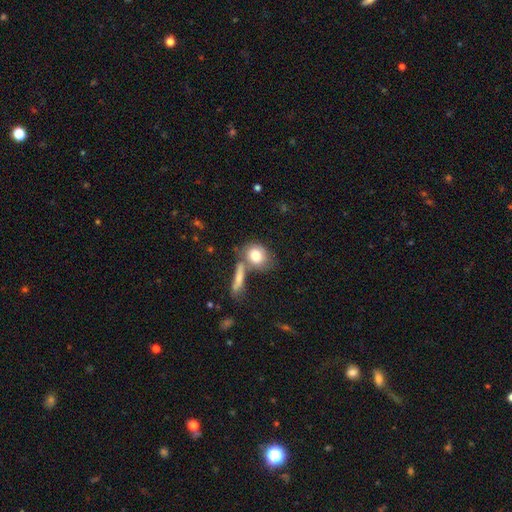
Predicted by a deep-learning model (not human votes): smooth-or-featured: smooth: 76% | featured or disk: 16% | star or artifact: 7%
  how-rounded: round: 51% | in between: 45% | cigar-shaped: 4%
  merging: none: 45% | merger: 34% | minor disturbance: 15% | major disturbance: 7%